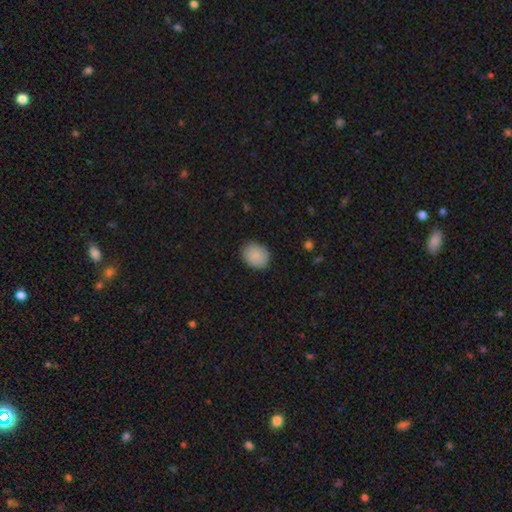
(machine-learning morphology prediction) Overall: smooth (88%). How rounded: round (57%; in between 42%). Merging: none (86%).